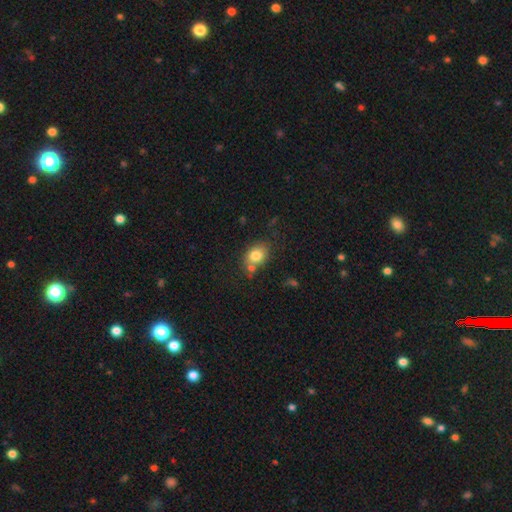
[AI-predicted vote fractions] smooth_or_featured: smooth (p=0.79) [alt: featured or disk p=0.11]
how_rounded: in between (p=0.64) [alt: round p=0.35]
merging: none (p=0.62) [alt: merger p=0.17]